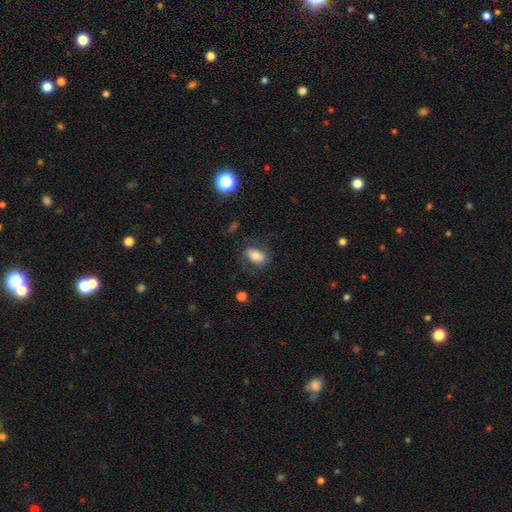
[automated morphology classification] Smooth or featured? smooth (73%)
How rounded? in between (88%)
Merging? none (70%)